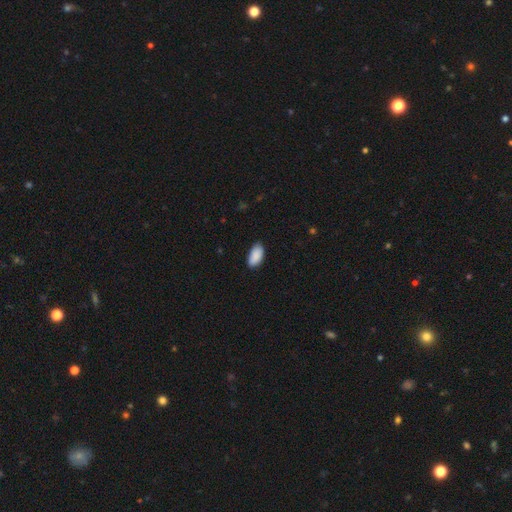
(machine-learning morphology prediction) This appears to be a smooth galaxy with no disk features (90%) that is in between round and cigar-shaped (95%). Merging: none (82%).